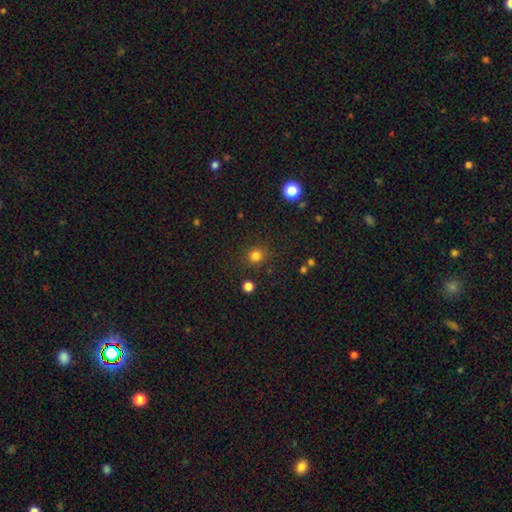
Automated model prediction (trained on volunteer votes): Q: Smooth or featured?
A: smooth (81%); runner-up: star or artifact (15%)
Q: How rounded?
A: round (91%); runner-up: in between (8%)
Q: Merging?
A: none (87%); runner-up: minor disturbance (8%)